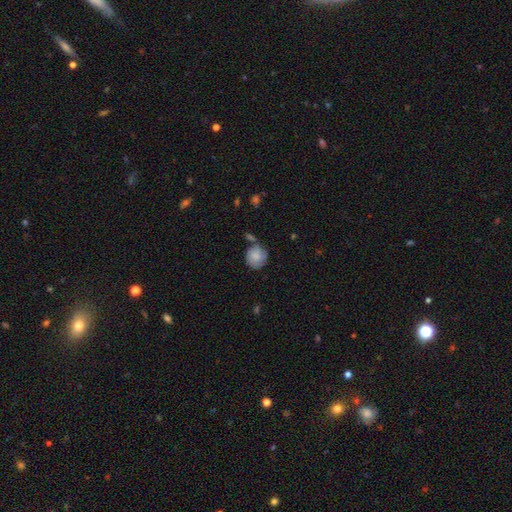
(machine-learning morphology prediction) Smooth or featured? Predicted: smooth (p=0.75). How rounded? Predicted: round (p=0.84). Merging? Predicted: none (p=0.54).